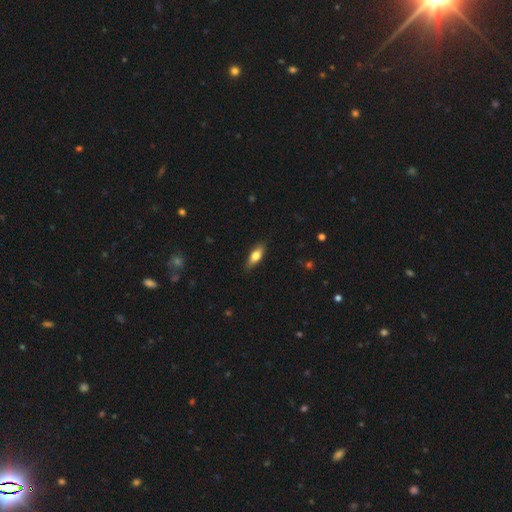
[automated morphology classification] This appears to be a smooth galaxy with no disk features (67%) that is in between round and cigar-shaped (64%). Merging: none (87%).